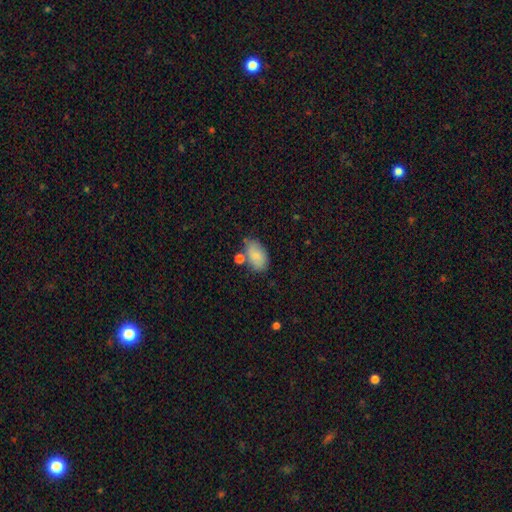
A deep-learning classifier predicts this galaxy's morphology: type=smooth (83%); roundness=in between (91%); merging=none (58%).